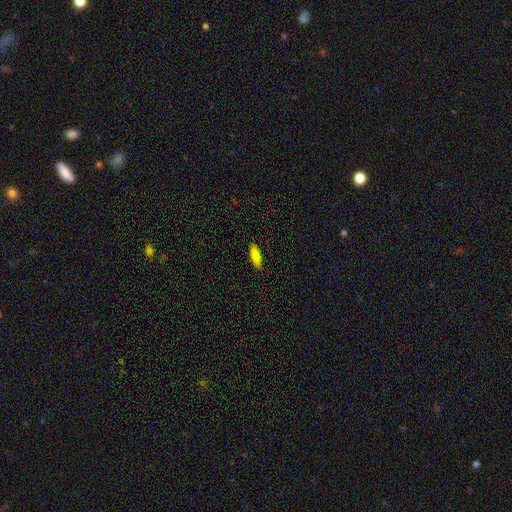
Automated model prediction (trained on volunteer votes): smooth-or-featured: smooth: 83% | featured or disk: 10% | star or artifact: 7%
  how-rounded: in between: 52% | cigar-shaped: 46% | round: 2%
  merging: none: 88% | minor disturbance: 10% | major disturbance: 2% | merger: 1%